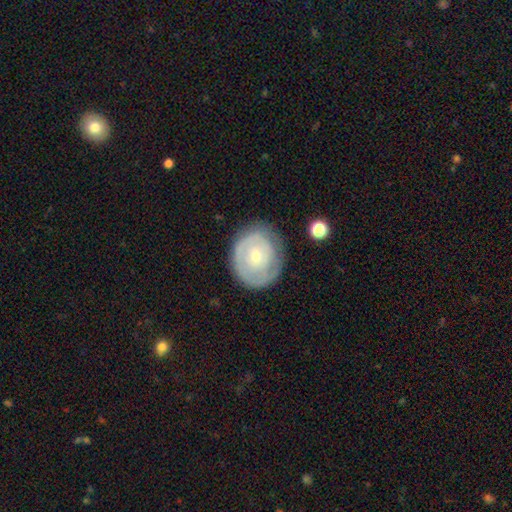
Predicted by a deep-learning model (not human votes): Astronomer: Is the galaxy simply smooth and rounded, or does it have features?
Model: featured or disk — 65%.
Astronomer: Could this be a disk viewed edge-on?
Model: no — 97%.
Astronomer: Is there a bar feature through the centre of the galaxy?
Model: no — 78%.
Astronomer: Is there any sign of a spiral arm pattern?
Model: yes — 69%.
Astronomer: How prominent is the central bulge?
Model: small — 60% (runner-up: moderate, 36%).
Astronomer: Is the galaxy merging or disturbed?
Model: none — 74%.